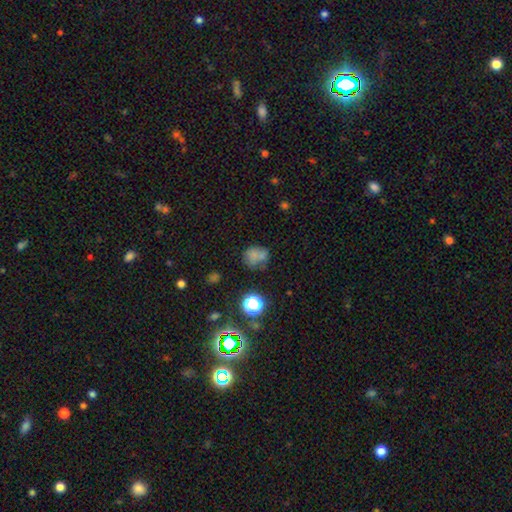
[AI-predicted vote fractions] smooth_or_featured: smooth (p=0.63) [alt: star or artifact p=0.19]
how_rounded: round (p=0.67) [alt: in between p=0.31]
merging: none (p=0.48) [alt: minor disturbance p=0.23]